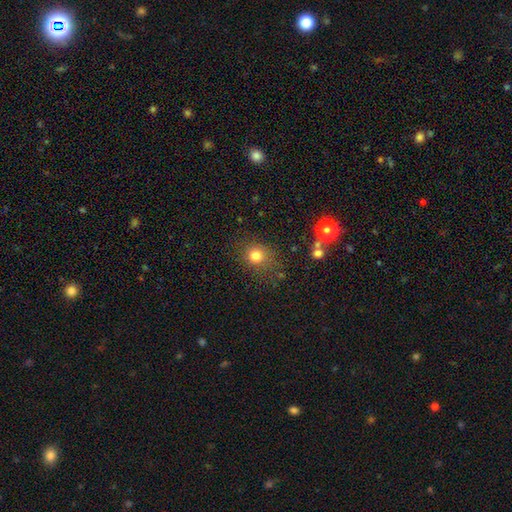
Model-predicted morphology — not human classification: A smooth galaxy with no disk features (78%) that is round (83%).

Vote fractions:
- Smooth or featured? smooth: 78% / star or artifact: 15% / featured or disk: 6%
- How rounded? round: 83% / in between: 16% / cigar-shaped: 1%
- Merging? none: 79% / minor disturbance: 12% / major disturbance: 5% / merger: 3%